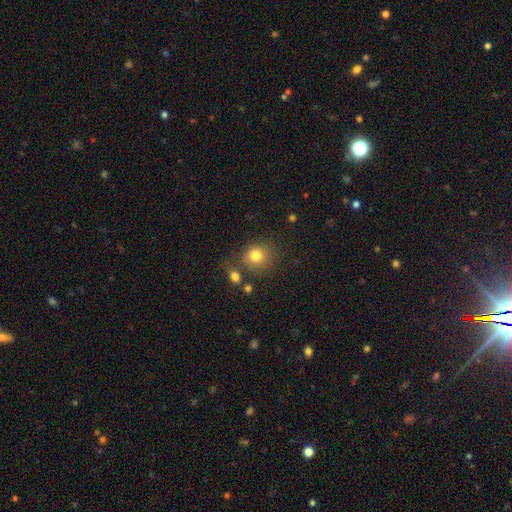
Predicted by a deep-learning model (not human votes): This appears to be a smooth galaxy with no disk features (80%) that is round (83%). Merging: none (69%).